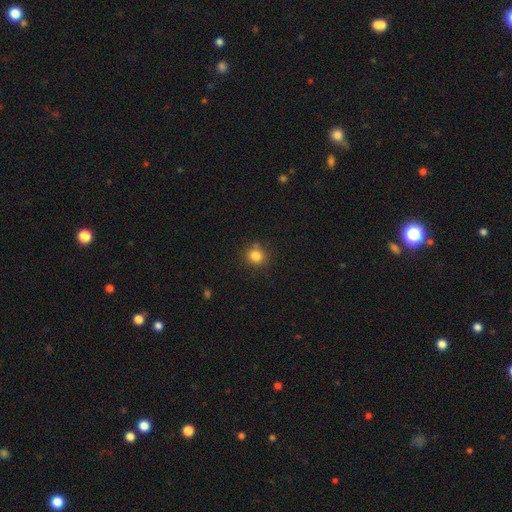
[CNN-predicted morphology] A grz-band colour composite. It shows a smooth galaxy with no disk features (83%) that is round (89%). Merging: none (81%).